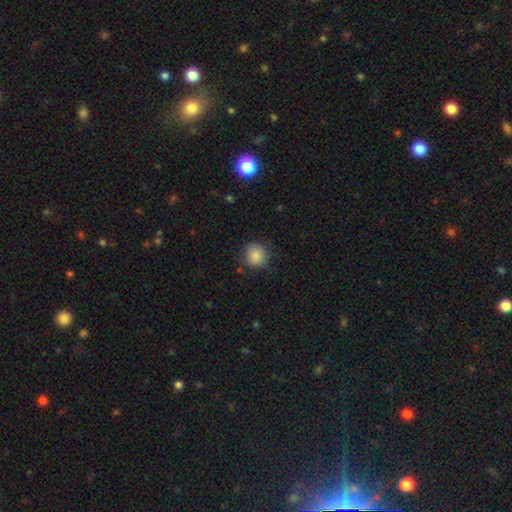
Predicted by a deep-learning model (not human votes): A smooth galaxy with no disk features (86%) that is round (86%). Merging: none (79%).